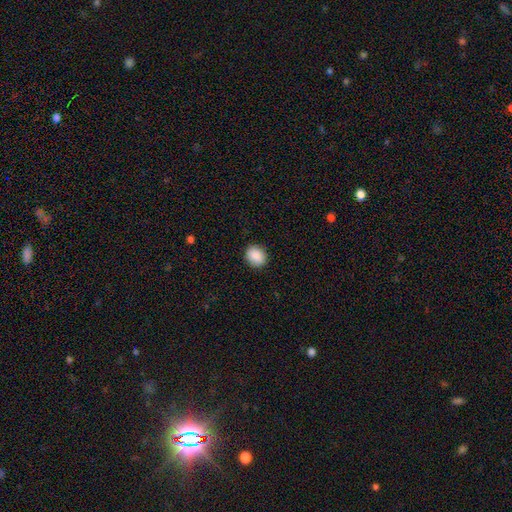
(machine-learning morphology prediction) type=smooth (88%); roundness=round (60%); merging=none (89%).